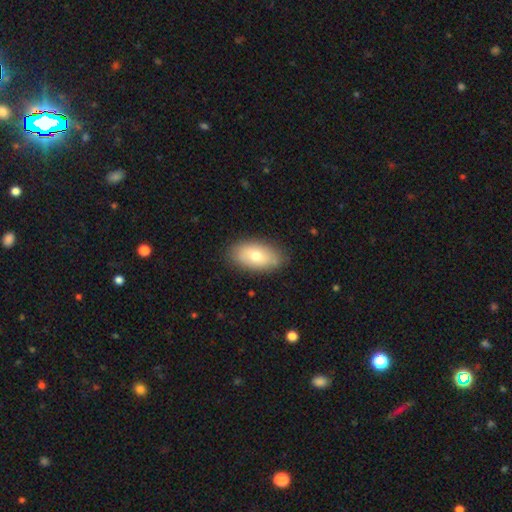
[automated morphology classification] A smooth galaxy with no disk features (72%) that is in between round and cigar-shaped (93%). Merging: none (82%).